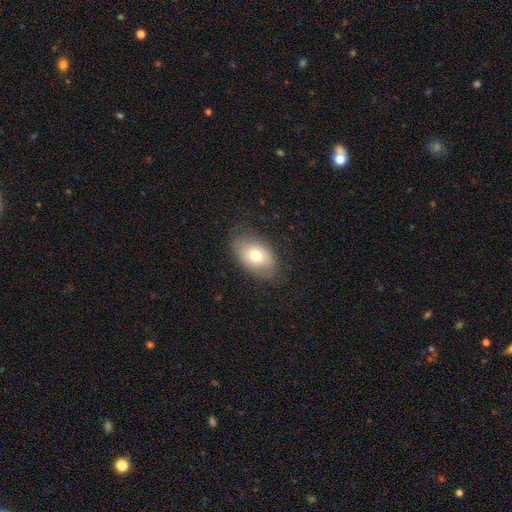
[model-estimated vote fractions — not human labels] Smooth or featured? Predicted: smooth (p=0.72). How rounded? Predicted: in between (p=0.87). Merging? Predicted: none (p=0.77).